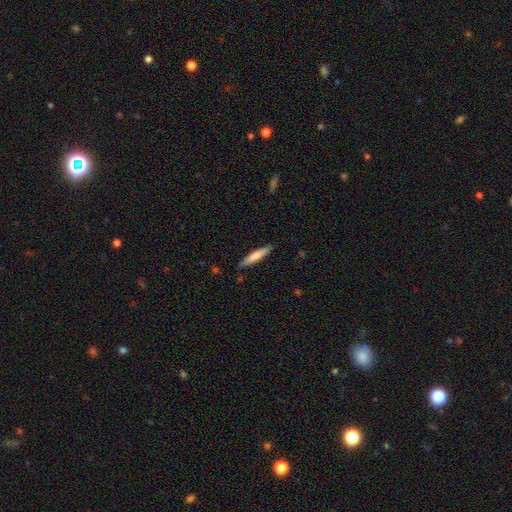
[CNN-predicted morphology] This appears to be a smooth galaxy with no disk features (67%) that is cigar-shaped (91%). Merging: none (88%).